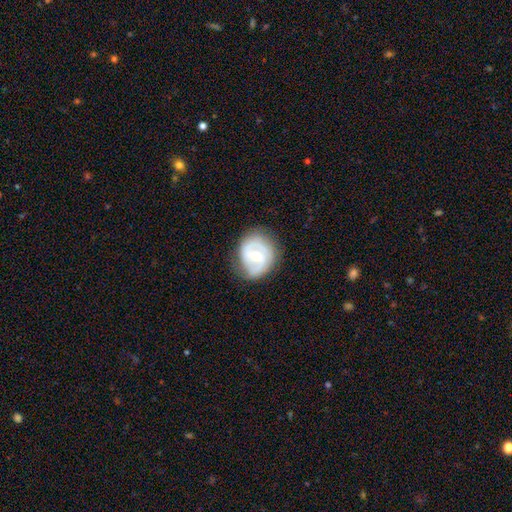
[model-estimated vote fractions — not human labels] Smooth or featured? featured or disk (74%)
Edge-on disk? no (98%)
Bar? weak (47%)
Spiral arms? yes (85%)
Spiral winding? tight (46%)
Spiral arm count? 2 (68%)
Bulge size? moderate (55%)
Merging? none (70%)